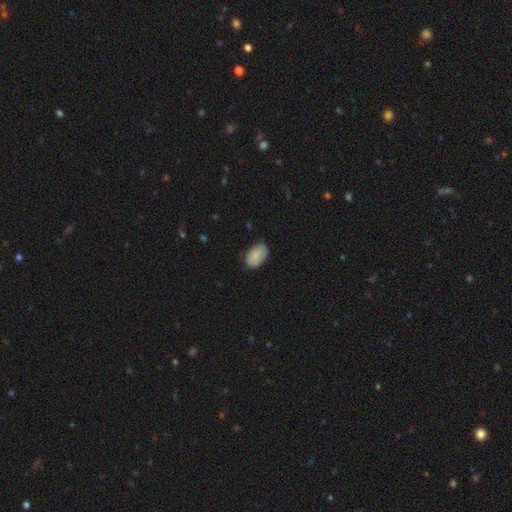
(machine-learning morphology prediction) smooth-or-featured: smooth: 83% | featured or disk: 10% | star or artifact: 6%
  how-rounded: in between: 91% | round: 8% | cigar-shaped: 1%
  merging: none: 76% | minor disturbance: 19% | major disturbance: 3% | merger: 1%